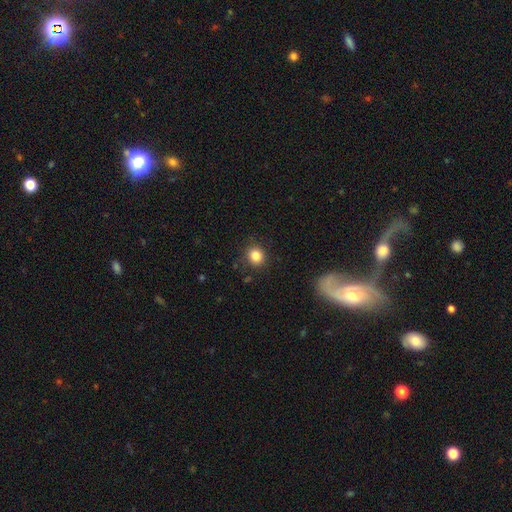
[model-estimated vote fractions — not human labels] Smooth or featured: smooth — 84% (star or artifact — 11%)
How rounded: round — 83% (in between — 16%)
Merging: none — 87% (minor disturbance — 9%)